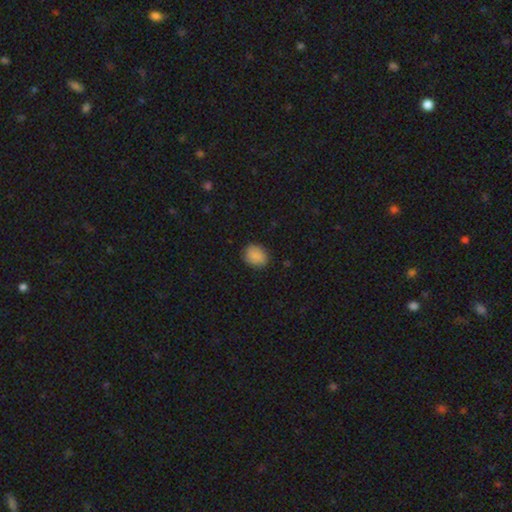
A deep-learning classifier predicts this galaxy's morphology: smooth 88%, star or artifact 8%, featured or disk 4%. Down the decision tree: how rounded — round (51%); merging — none (85%).